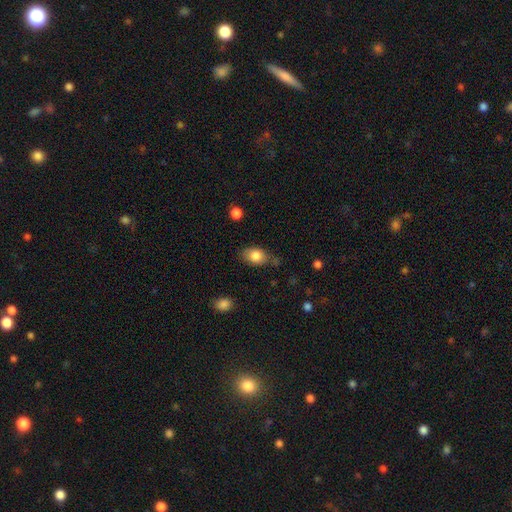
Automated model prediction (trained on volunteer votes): smooth 83%, featured or disk 10%, star or artifact 8%. Down the decision tree: how rounded — in between (81%); merging — none (68%).